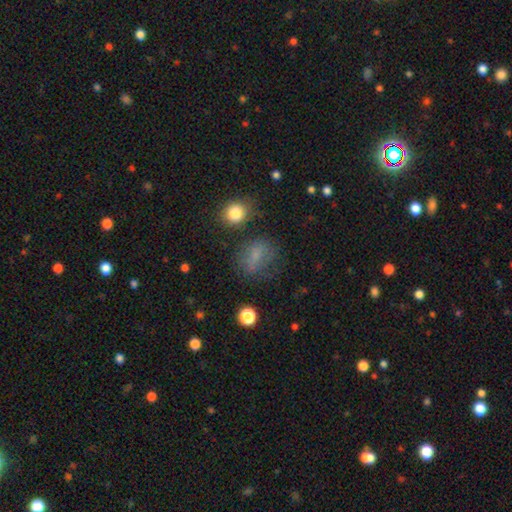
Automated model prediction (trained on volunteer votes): Smooth or featured? smooth (65%)
How rounded? in between (57%)
Merging? none (58%)